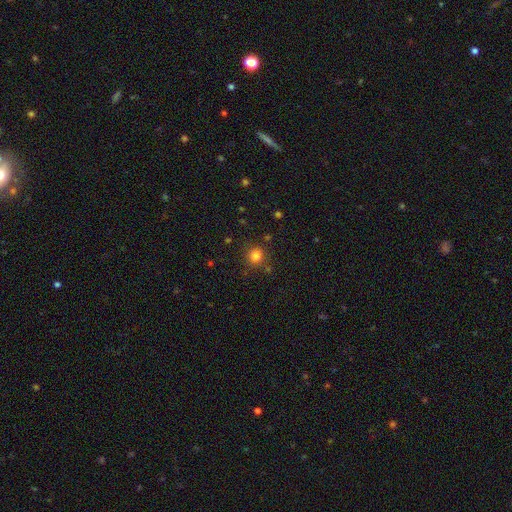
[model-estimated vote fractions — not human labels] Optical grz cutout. It shows a smooth galaxy with no disk features (81%) that is round (90%). Merging: none (85%).